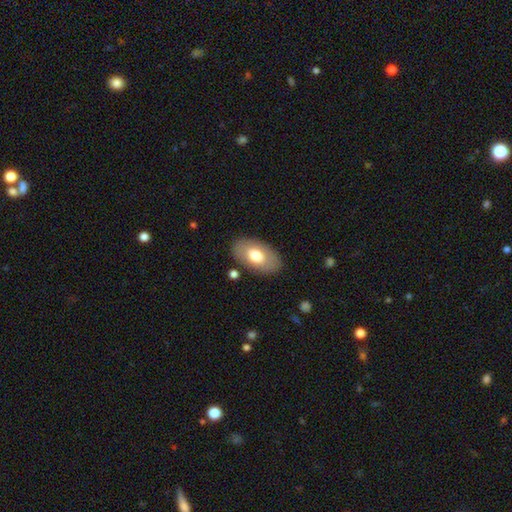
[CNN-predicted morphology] smooth 68%, featured or disk 25%, star or artifact 6%. Down the decision tree: how rounded — in between (93%); merging — none (85%).